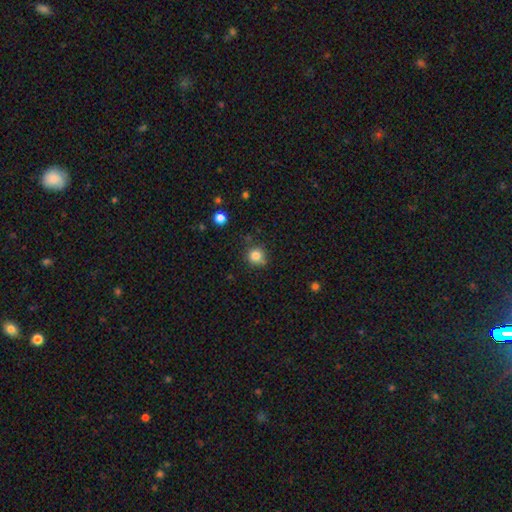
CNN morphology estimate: Q: Smooth or featured?
A: smooth (82%); runner-up: star or artifact (12%)
Q: How rounded?
A: round (89%); runner-up: in between (10%)
Q: Merging?
A: none (70%); runner-up: minor disturbance (20%)